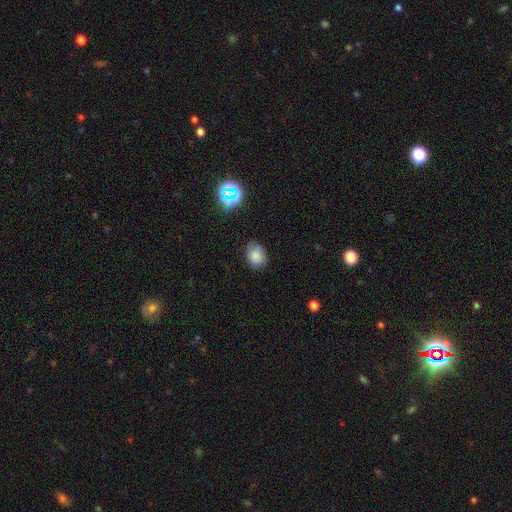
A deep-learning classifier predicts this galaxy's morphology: Smooth or featured: smooth — 81% (star or artifact — 13%)
How rounded: in between — 66% (round — 33%)
Merging: none — 77% (minor disturbance — 17%)